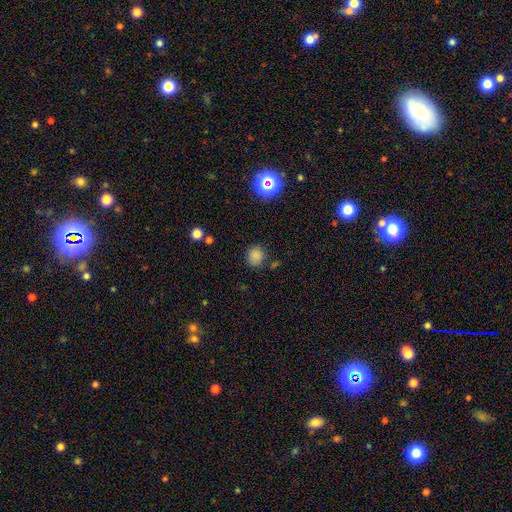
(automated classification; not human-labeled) Smooth or featured: smooth — 80% (star or artifact — 15%)
How rounded: round — 79% (in between — 20%)
Merging: none — 79% (minor disturbance — 13%)